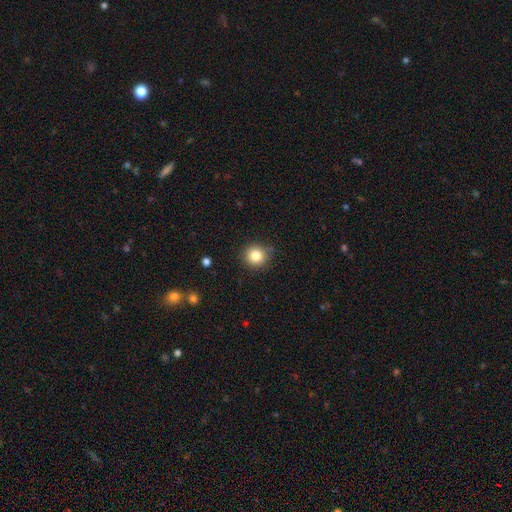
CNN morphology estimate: smooth 83%, star or artifact 11%, featured or disk 6%. Down the decision tree: how rounded — round (92%); merging — none (87%).